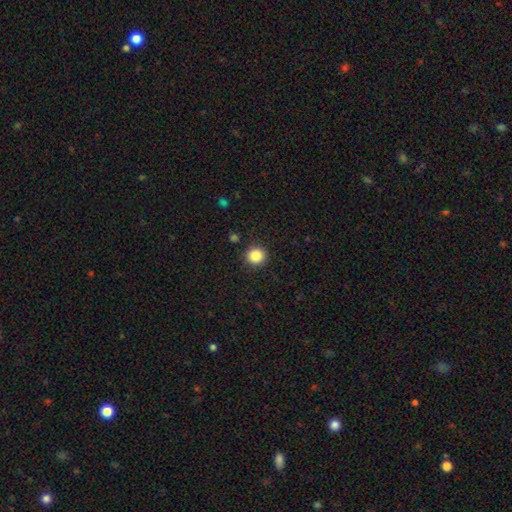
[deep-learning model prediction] The model was most divided on "smooth or featured": smooth: 87%, star or artifact: 10%, featured or disk: 3%. More confident: how rounded — round (94%); merging — none (91%).